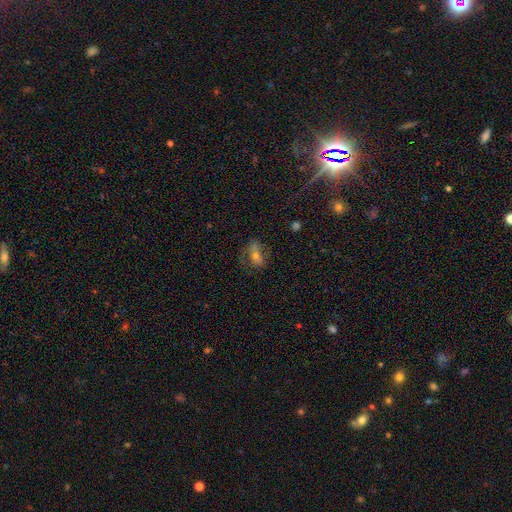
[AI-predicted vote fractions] A featured or disk galaxy (41%). Merging: none (64%).